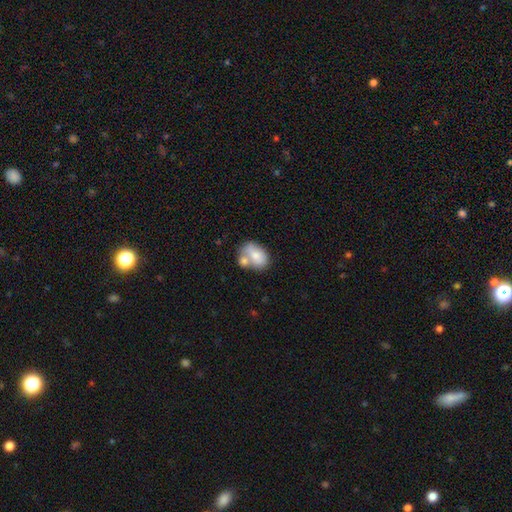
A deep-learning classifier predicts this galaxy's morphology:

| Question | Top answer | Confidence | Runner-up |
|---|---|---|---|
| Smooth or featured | smooth | 73% | featured or disk (20%) |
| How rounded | in between | 79% | round (20%) |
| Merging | merger | 43% | none (35%) |